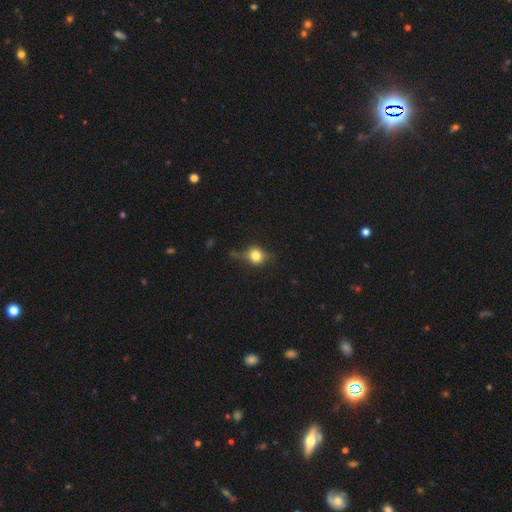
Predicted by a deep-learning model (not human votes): The model was most divided on "smooth or featured": smooth: 64%, featured or disk: 24%, star or artifact: 12%. More confident: how rounded — round (70%); merging — none (65%).